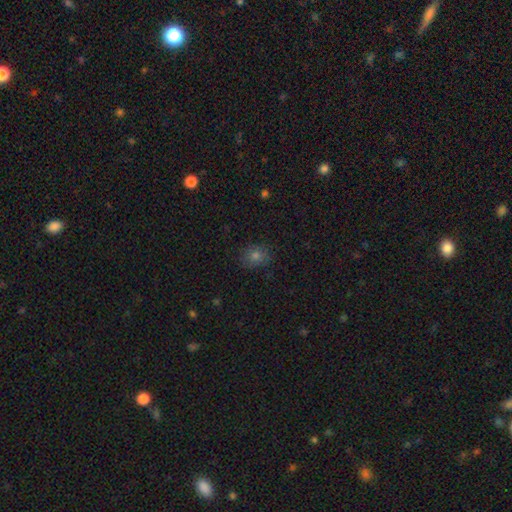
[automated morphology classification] smooth 70%, star or artifact 20%, featured or disk 10%. Down the decision tree: how rounded — round (68%); merging — none (83%).